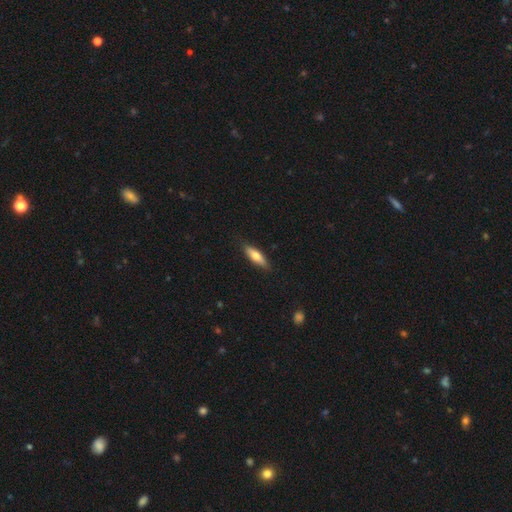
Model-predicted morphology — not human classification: Smooth or featured: smooth — 66% (featured or disk — 28%)
How rounded: cigar-shaped — 54% (in between — 44%)
Merging: none — 84% (minor disturbance — 12%)